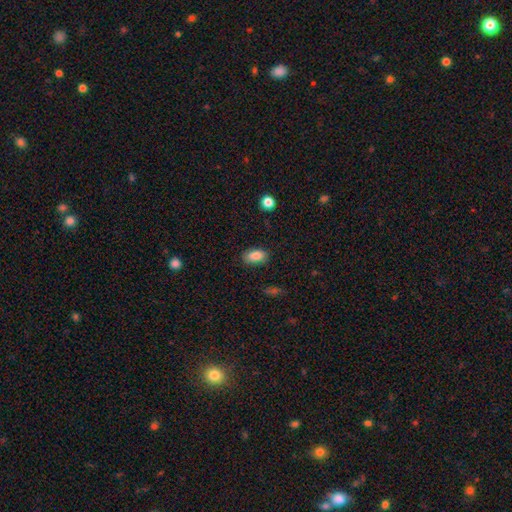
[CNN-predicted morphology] Overall: smooth (86%). How rounded: in between (91%). Merging: none (85%).